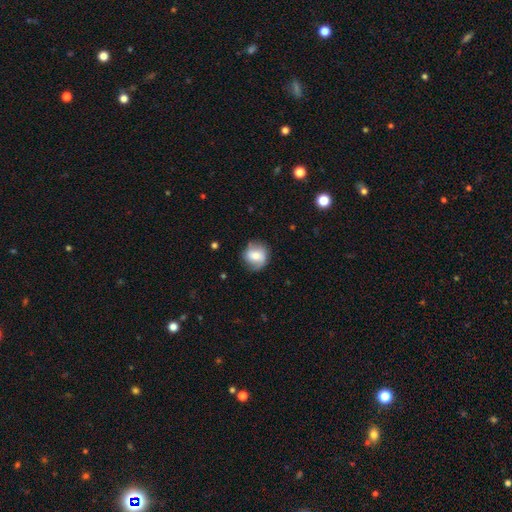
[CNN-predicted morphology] A smooth galaxy with no disk features (61%) that is round (85%). Merging: none (77%).